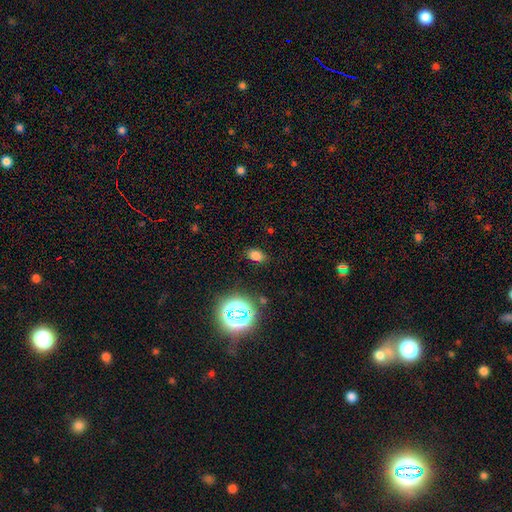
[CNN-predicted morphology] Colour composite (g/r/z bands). It shows a smooth galaxy with no disk features (73%) that is in between round and cigar-shaped (82%). Merging: none (83%).